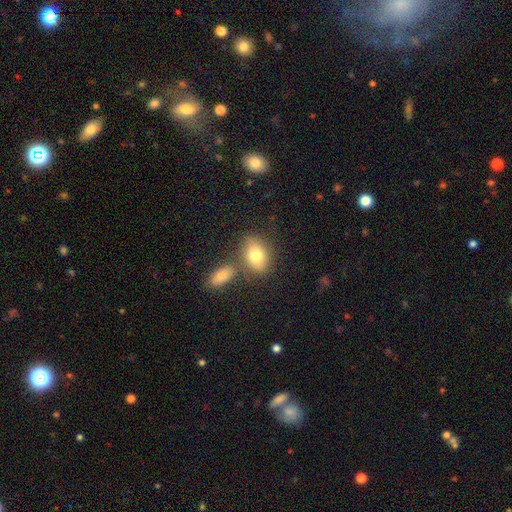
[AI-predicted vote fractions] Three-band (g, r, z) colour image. It shows a smooth galaxy with no disk features (79%) that is in between round and cigar-shaped (77%). Merging: none (62%).